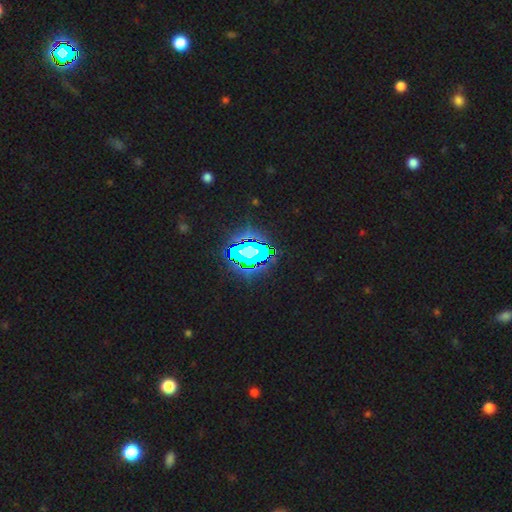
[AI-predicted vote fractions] This appears to be a star or artifact, not a galaxy (83%).